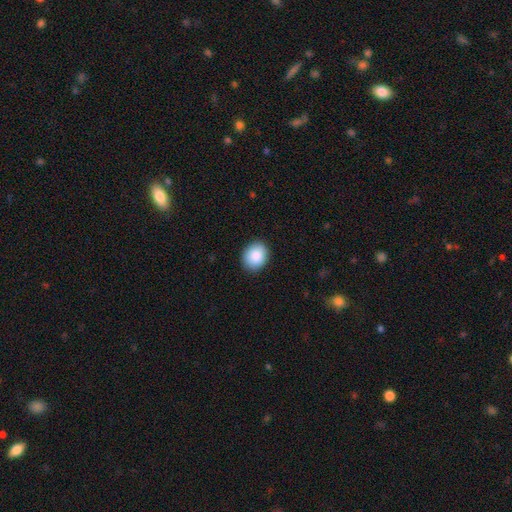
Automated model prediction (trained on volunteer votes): smooth 88%, star or artifact 7%, featured or disk 4%. Down the decision tree: how rounded — round (59%); merging — none (90%).